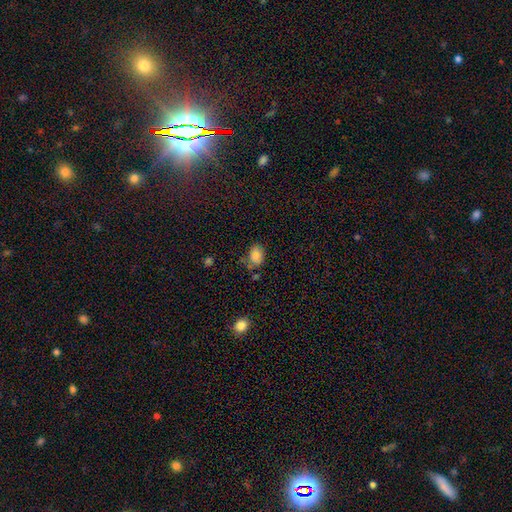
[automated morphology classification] A smooth galaxy with no disk features (82%) that is in between round and cigar-shaped (73%). Merging: none (62%).